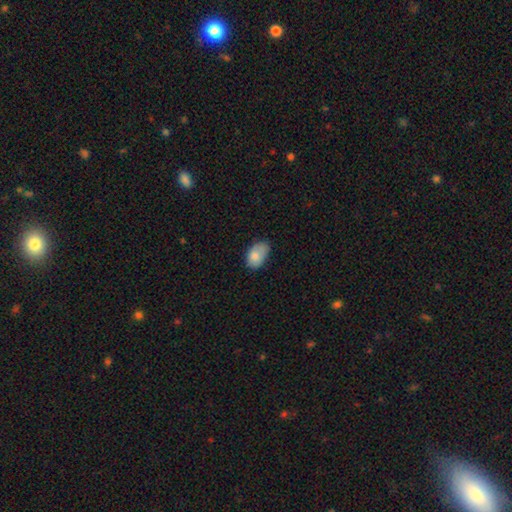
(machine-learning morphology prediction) This appears to be a smooth galaxy with no disk features (81%) that is in between round and cigar-shaped (90%). Merging: none (55%).